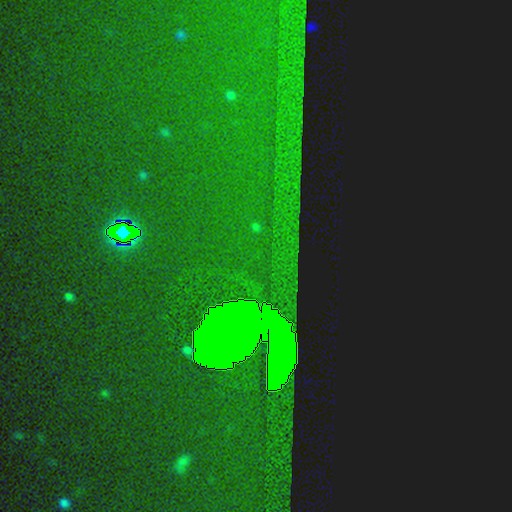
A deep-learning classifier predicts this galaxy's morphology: This is clearly a star or artifact rather than a galaxy (82%).